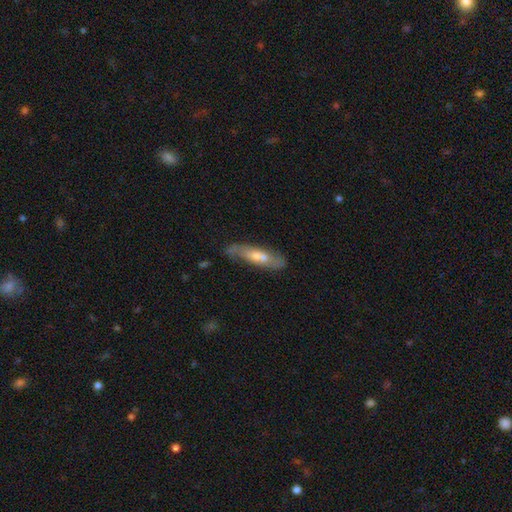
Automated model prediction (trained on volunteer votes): Q: Smooth or featured?
A: featured or disk (59%); runner-up: smooth (32%)
Q: Edge-on disk?
A: no (56%); runner-up: yes (44%)
Q: Merging?
A: none (76%); runner-up: minor disturbance (17%)